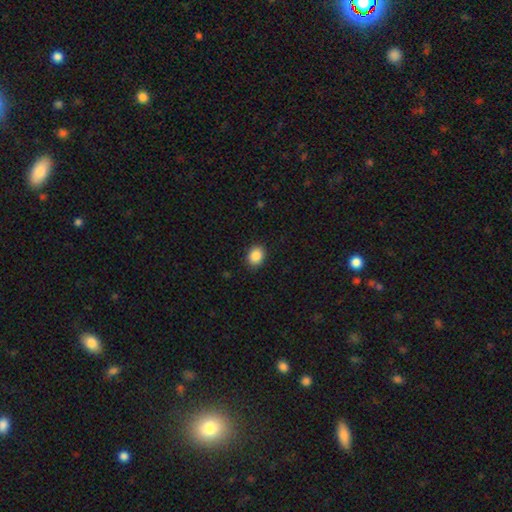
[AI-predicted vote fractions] A smooth galaxy with no disk features (88%) that is in between round and cigar-shaped (59%). Merging: none (89%).